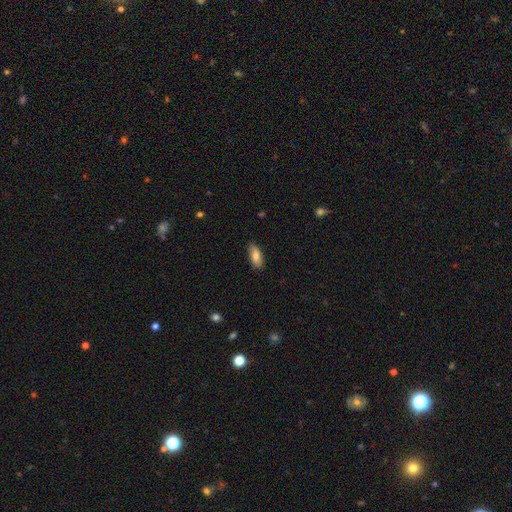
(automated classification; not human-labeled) Smooth or featured? Predicted: smooth (p=0.82). How rounded? Predicted: in between (p=0.80). Merging? Predicted: none (p=0.85).